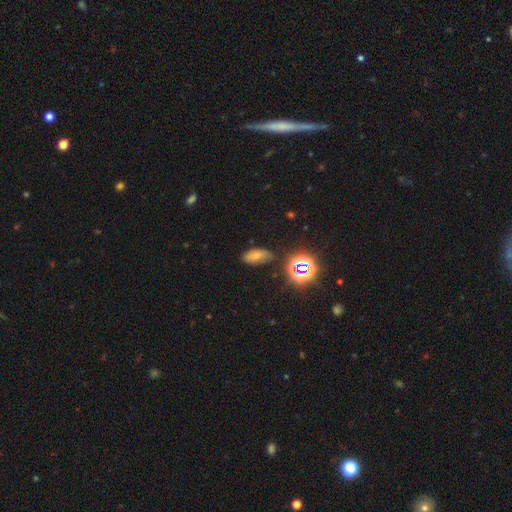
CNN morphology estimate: type=smooth (59%); roundness=in between (89%); merging=none (71%).